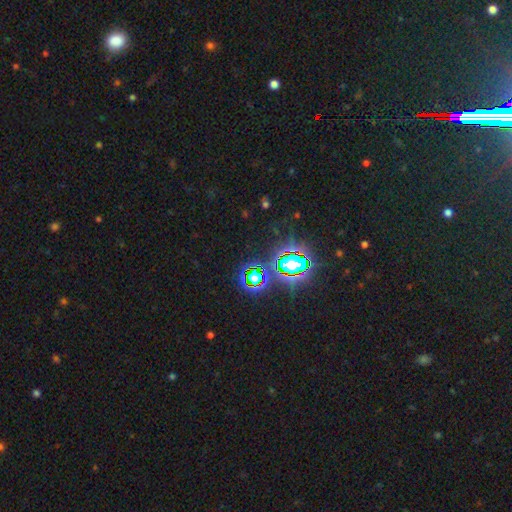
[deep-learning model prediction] Smooth or featured? star or artifact (82%)